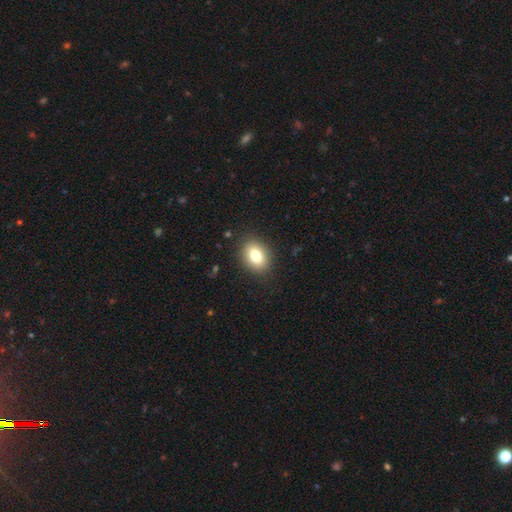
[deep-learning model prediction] The model was most divided on "how rounded": in between: 69%, round: 29%, cigar-shaped: 1%. More confident: merging — none (88%); smooth or featured — smooth (80%).